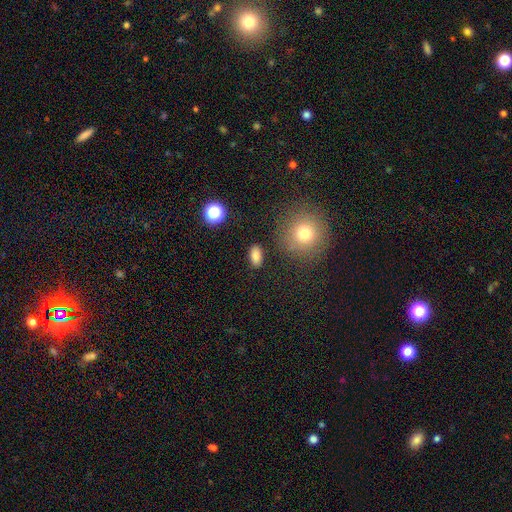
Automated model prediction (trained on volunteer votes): The model was most divided on "smooth or featured": smooth: 84%, star or artifact: 11%, featured or disk: 5%. More confident: merging — none (87%); how rounded — in between (87%).